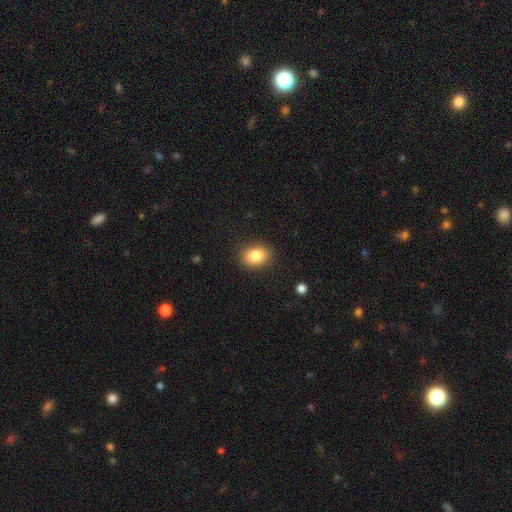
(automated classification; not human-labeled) smooth-or-featured: smooth: 83% | star or artifact: 9% | featured or disk: 8%
  how-rounded: in between: 64% | round: 35% | cigar-shaped: 1%
  merging: none: 88% | minor disturbance: 9% | major disturbance: 3% | merger: 1%